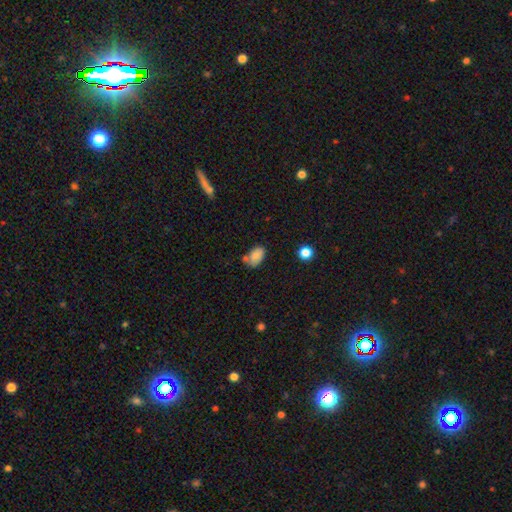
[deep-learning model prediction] Smooth or featured? Predicted: smooth (p=0.83). How rounded? Predicted: in between (p=0.88). Merging? Predicted: none (p=0.53).